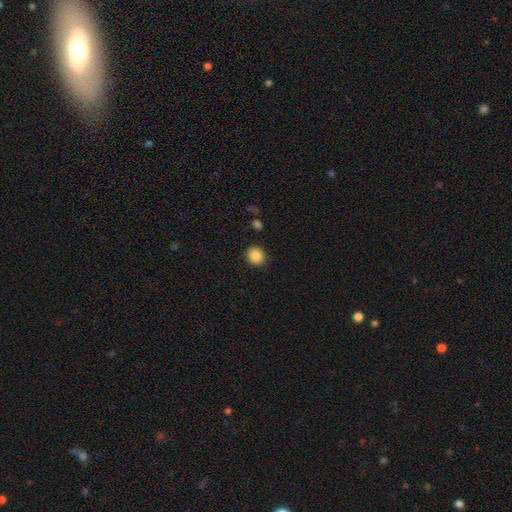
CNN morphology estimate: Smooth or featured: smooth — 88% (star or artifact — 8%)
How rounded: round — 74% (in between — 25%)
Merging: none — 89% (minor disturbance — 7%)